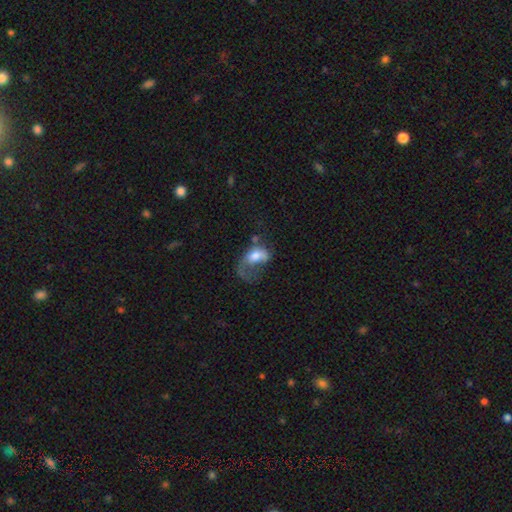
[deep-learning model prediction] Smooth or featured: smooth — 58% (featured or disk — 33%)
How rounded: in between — 80% (round — 18%)
Merging: major disturbance — 63% (minor disturbance — 14%)